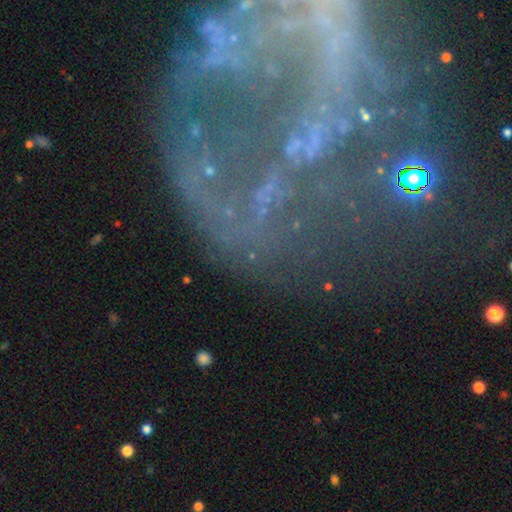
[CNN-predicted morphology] A featured or disk galaxy (53%). Merging: none (63%).